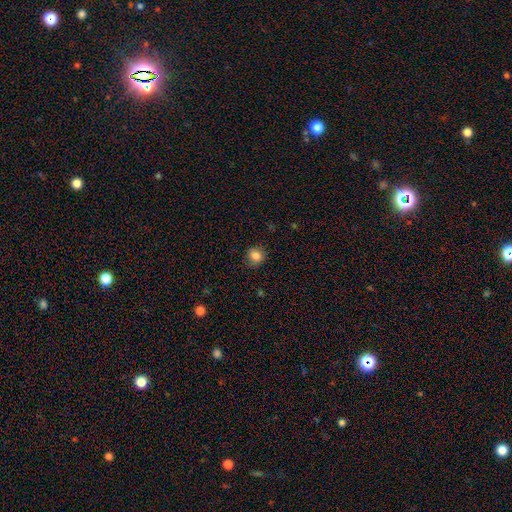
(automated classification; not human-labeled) Smooth or featured? Predicted: smooth (p=0.83). How rounded? Predicted: round (p=0.82). Merging? Predicted: none (p=0.82).